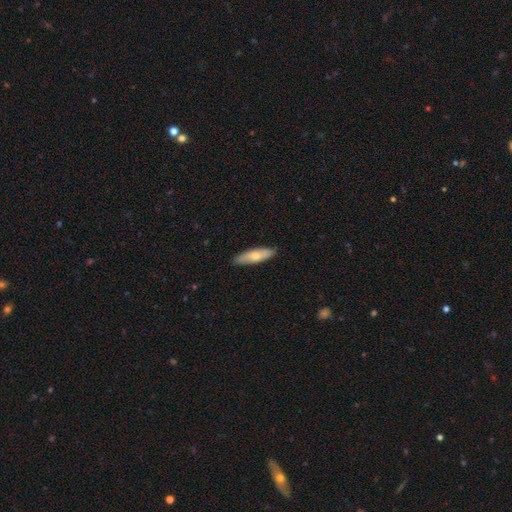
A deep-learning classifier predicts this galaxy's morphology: Overall: smooth (68%). How rounded: cigar-shaped (56%; in between 42%). Merging: none (87%).